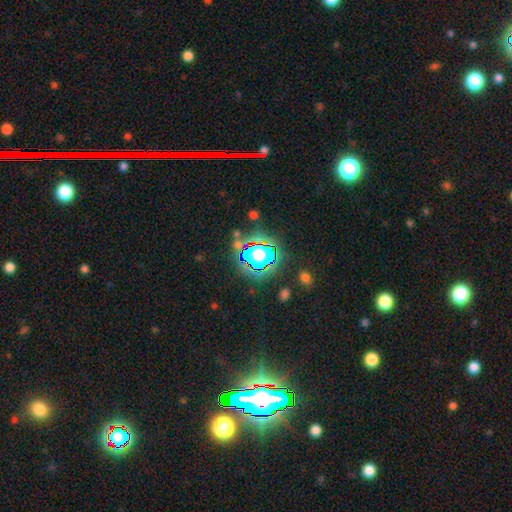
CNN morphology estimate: Overall: star or artifact (82%).